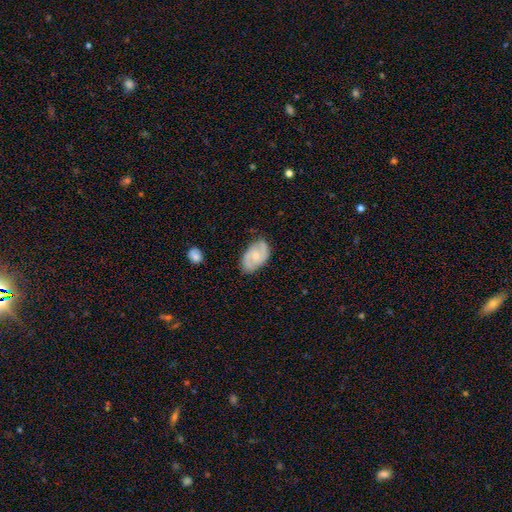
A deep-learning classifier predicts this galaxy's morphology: Overall: featured or disk (73%). Edge-on disk: no (97%). Bar: no (53%; weak 41%). Spiral arms: yes (93%). Spiral arm count: 2 (87%). Spiral winding: medium (51%; tight 31%). Bulge size: small (54%; moderate 35%). Merging: none (76%).